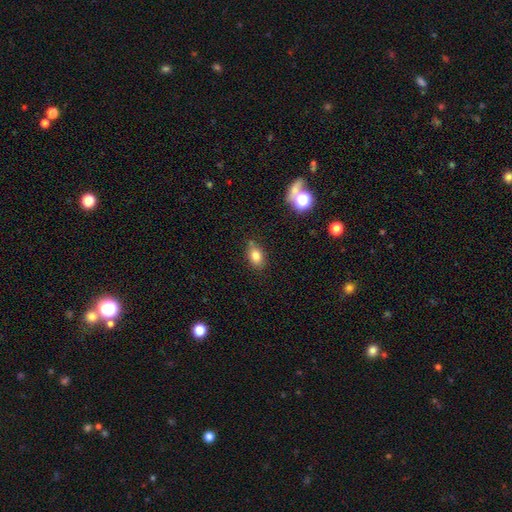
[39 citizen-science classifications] A smooth galaxy with no disk features (74%) that is in between round and cigar-shaped (90%).

Vote fractions:
- Smooth or featured? smooth: 74% / featured or disk: 18% / star or artifact: 8%
- How rounded? in between: 90% / round: 10% / cigar-shaped: 0%
- Merging? none: 64% / minor disturbance: 25% / major disturbance: 6% / merger: 6%